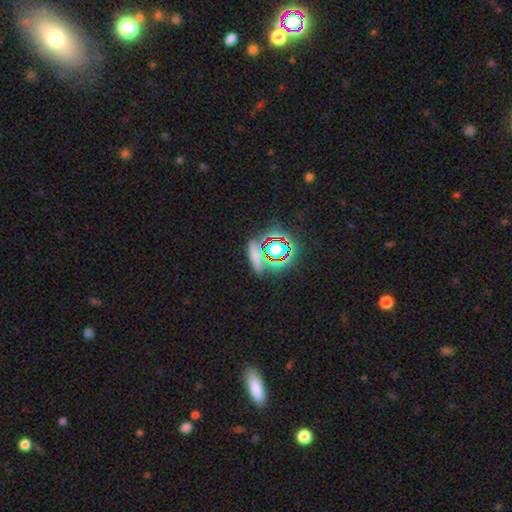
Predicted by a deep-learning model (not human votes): smooth 46%, star or artifact 38%, featured or disk 15%. Down the decision tree: merging — none (71%).